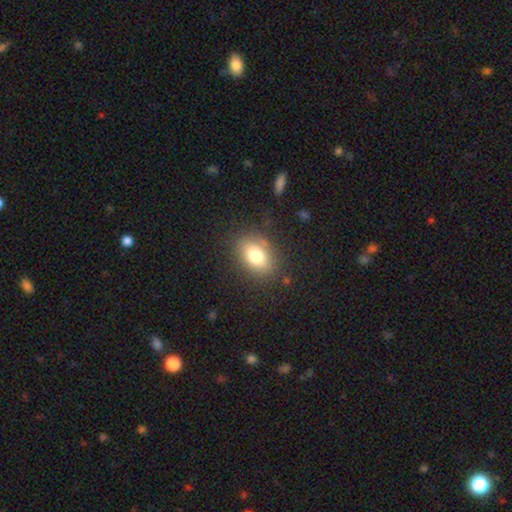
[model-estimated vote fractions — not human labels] Overall: smooth (76%). How rounded: in between (77%). Merging: none (82%).